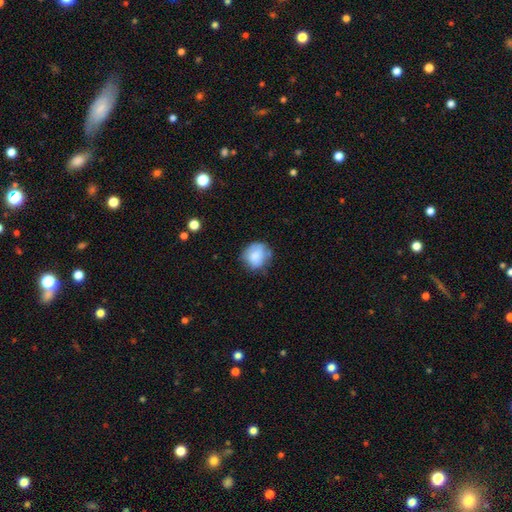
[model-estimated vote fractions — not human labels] Morphology: type=smooth (76%); roundness=round (74%); merging=none (59%).